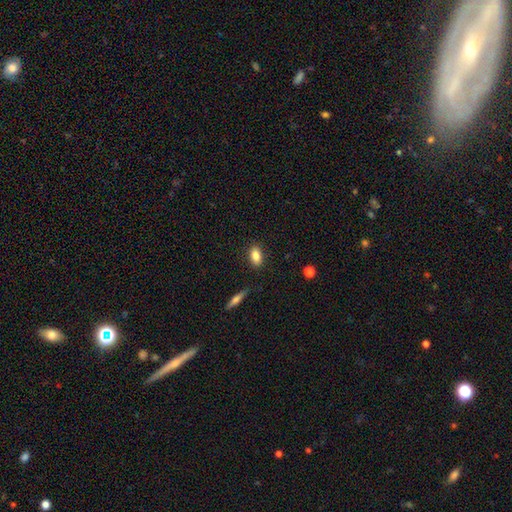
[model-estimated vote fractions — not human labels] This is clearly a smooth galaxy (83%). How rounded: clearly in between (85%). Merging: clearly none (87%).